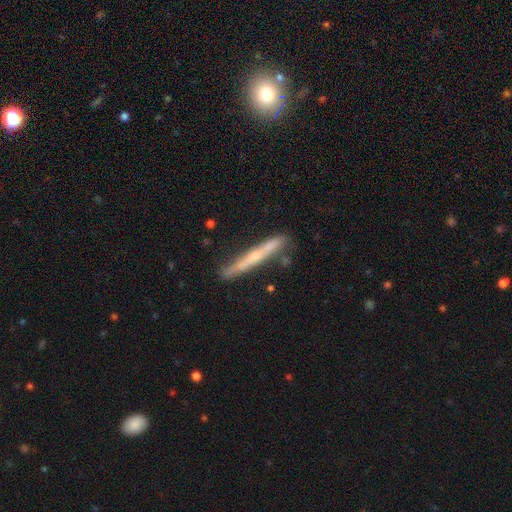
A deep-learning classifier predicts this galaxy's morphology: This appears to be a featured or disk galaxy (56%) viewed edge-on (94%) with no central bulge (51%). Merging: none (81%).